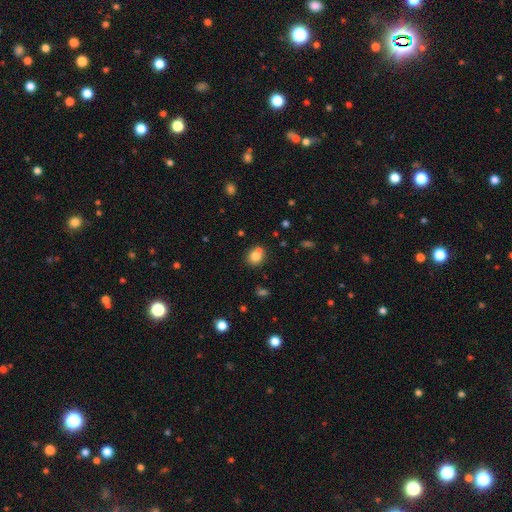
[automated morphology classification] This appears to be a smooth galaxy with no disk features (79%) that is round (67%). Merging: none (60%).